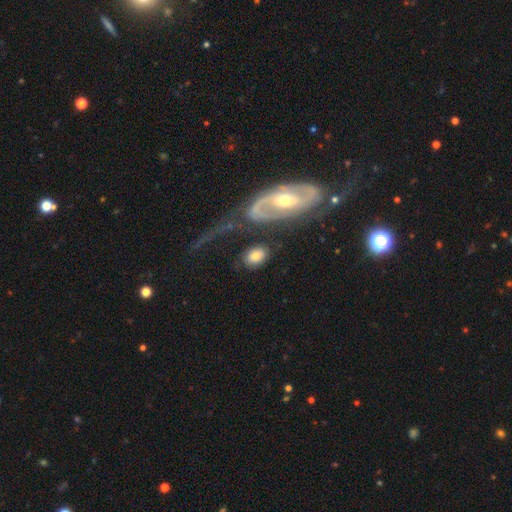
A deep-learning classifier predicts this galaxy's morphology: Overall: smooth (71%). How rounded: in between (80%). Merging: none (65%).